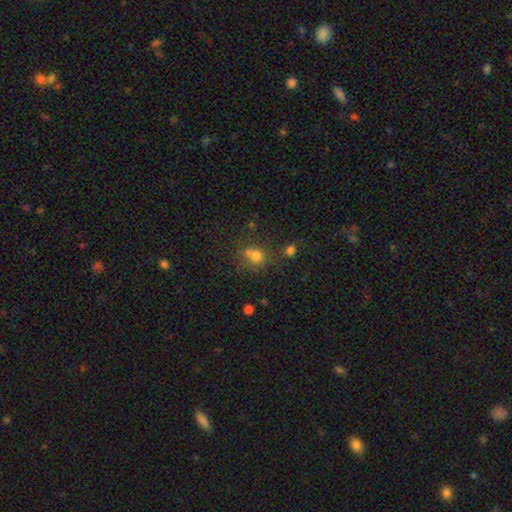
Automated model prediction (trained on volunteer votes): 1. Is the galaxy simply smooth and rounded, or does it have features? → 71% smooth, 17% star or artifact, 12% featured or disk.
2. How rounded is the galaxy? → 74% round, 25% in between, 1% cigar-shaped.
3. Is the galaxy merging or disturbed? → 47% none, 30% merger, 15% minor disturbance, 8% major disturbance.